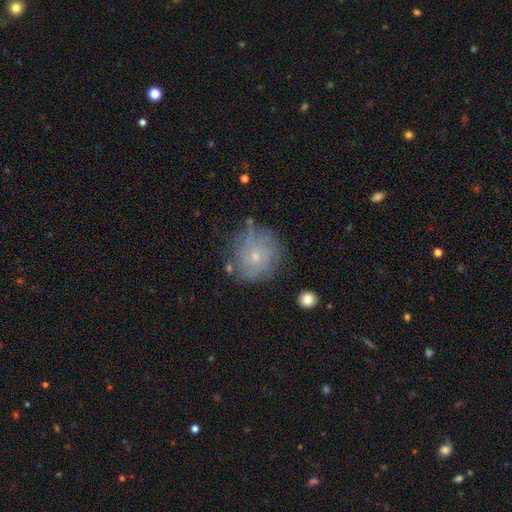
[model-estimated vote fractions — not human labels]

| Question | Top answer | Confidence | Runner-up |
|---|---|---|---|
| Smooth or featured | featured or disk | 56% | smooth (31%) |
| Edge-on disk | no | 97% | yes (3%) |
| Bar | no | 84% | weak (14%) |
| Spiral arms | yes | 74% | no (26%) |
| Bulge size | small | 72% | moderate (23%) |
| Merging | none | 72% | minor disturbance (18%) |